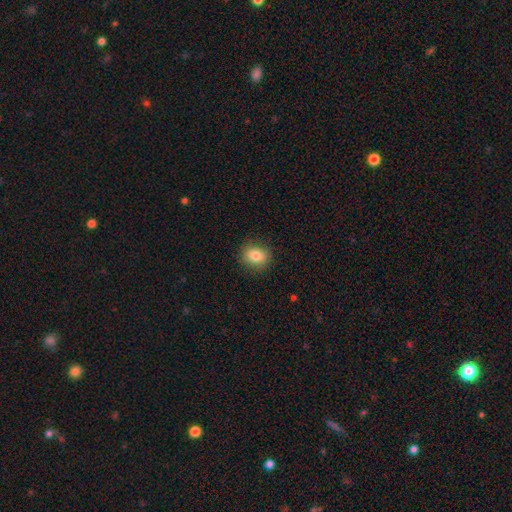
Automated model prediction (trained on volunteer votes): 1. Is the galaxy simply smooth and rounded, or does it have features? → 81% smooth, 9% star or artifact, 9% featured or disk.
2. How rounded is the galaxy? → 55% round, 44% in between, 1% cigar-shaped.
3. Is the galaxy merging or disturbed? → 87% none, 9% minor disturbance, 3% major disturbance, 1% merger.